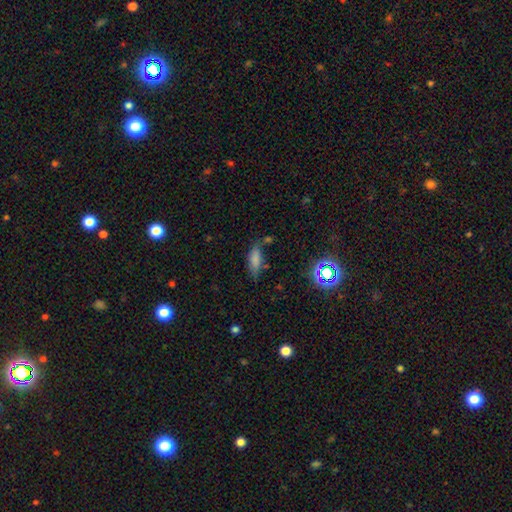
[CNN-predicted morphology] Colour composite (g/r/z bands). It shows a smooth galaxy with no disk features (69%) that is in between round and cigar-shaped (64%). Merging: none (65%).